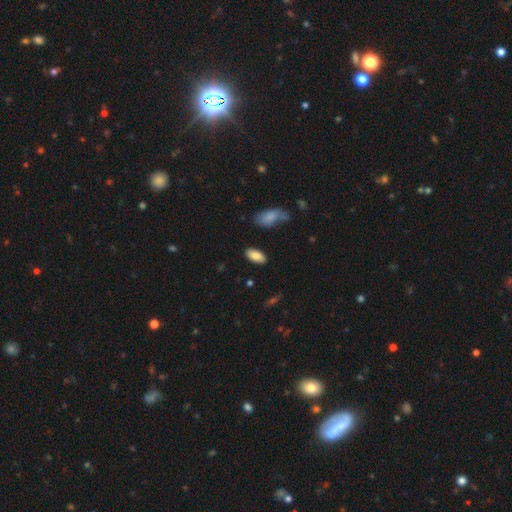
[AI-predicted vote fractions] Smooth or featured? Predicted: smooth (p=0.86). How rounded? Predicted: in between (p=0.92). Merging? Predicted: none (p=0.86).